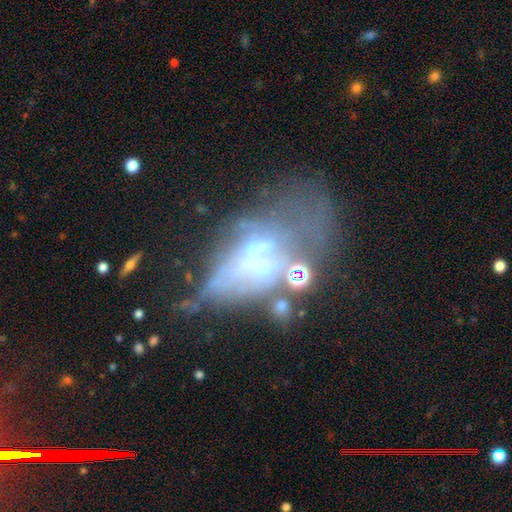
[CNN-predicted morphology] Smooth or featured? Predicted: featured or disk (p=0.59). Edge-on disk? Predicted: no (p=0.88). Bar? Predicted: no (p=0.82). Spiral arms? Predicted: no (p=0.90). Bulge size? Predicted: none (p=0.49). Merging? Predicted: major disturbance (p=0.40).